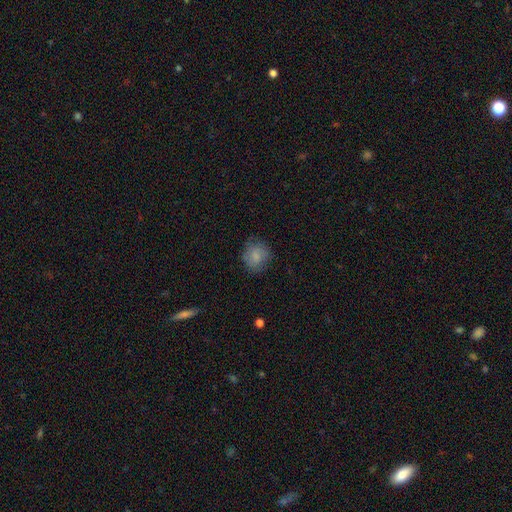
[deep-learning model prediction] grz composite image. It shows a smooth galaxy with no disk features (78%) that is round (79%). Merging: none (73%).